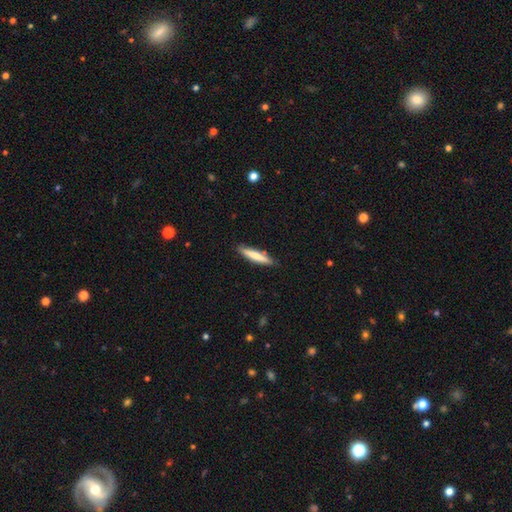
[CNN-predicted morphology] smooth-or-featured: smooth: 74% | featured or disk: 21% | star or artifact: 6%
  how-rounded: cigar-shaped: 90% | in between: 9% | round: 1%
  merging: none: 87% | minor disturbance: 10% | major disturbance: 2% | merger: 2%